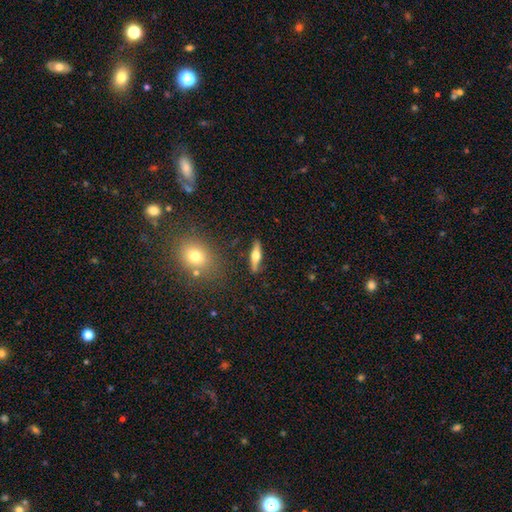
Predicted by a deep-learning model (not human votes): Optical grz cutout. It shows a featured or disk galaxy (55%) viewed edge-on (93%) with a rounded central bulge (94%). Merging: none (86%).